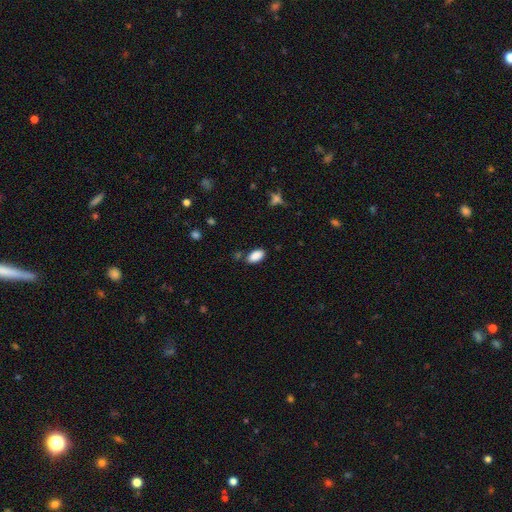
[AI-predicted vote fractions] Morphology: type=smooth (88%); roundness=in between (93%); merging=none (79%).